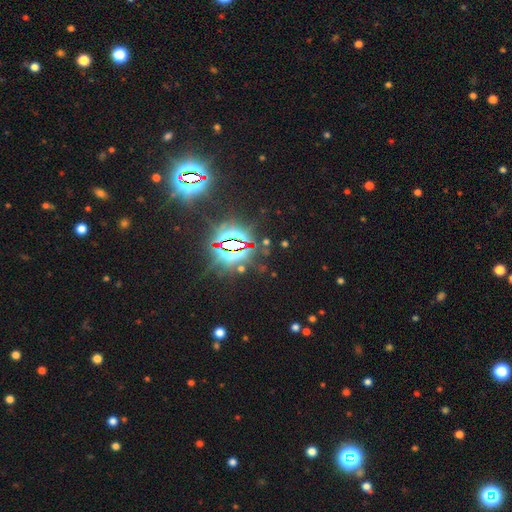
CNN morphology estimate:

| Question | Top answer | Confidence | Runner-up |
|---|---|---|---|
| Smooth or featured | star or artifact | 86% | smooth (7%) |